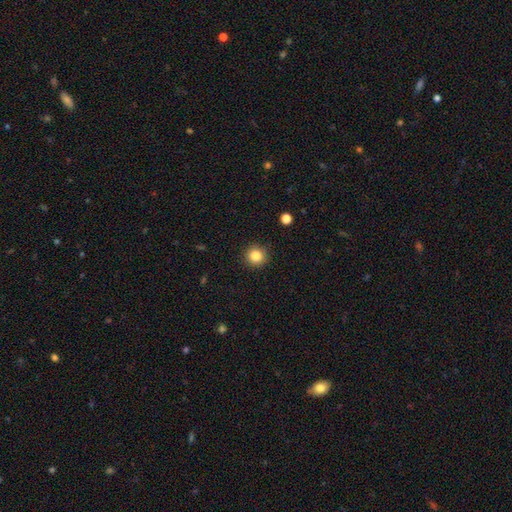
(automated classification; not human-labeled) smooth-or-featured: smooth: 84% | star or artifact: 11% | featured or disk: 5%
  how-rounded: round: 94% | in between: 5% | cigar-shaped: 1%
  merging: none: 91% | minor disturbance: 6% | major disturbance: 2% | merger: 1%